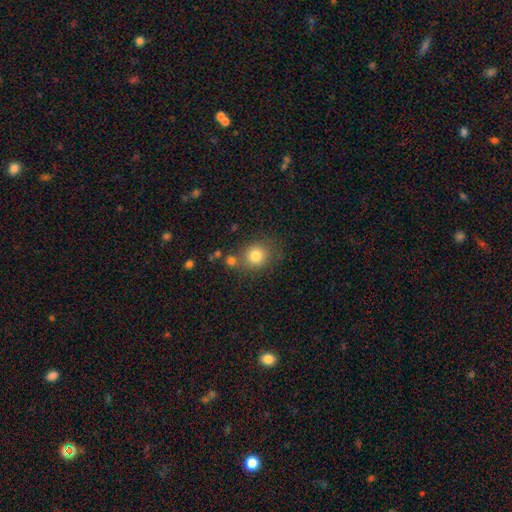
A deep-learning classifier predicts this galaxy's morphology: smooth 81%, star or artifact 11%, featured or disk 9%. Down the decision tree: how rounded — round (80%); merging — none (68%).